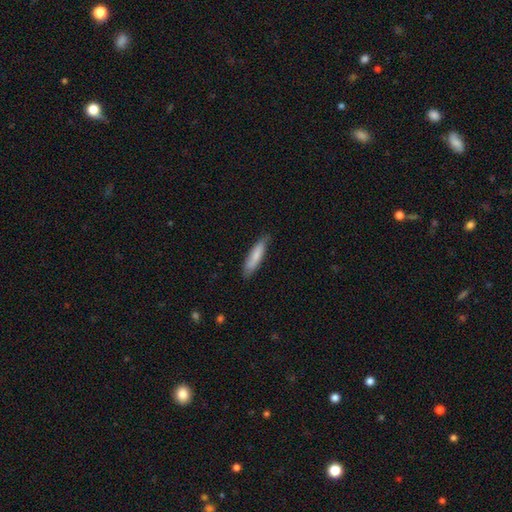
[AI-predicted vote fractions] A smooth galaxy with no disk features (77%) that is cigar-shaped (74%). Merging: none (76%).